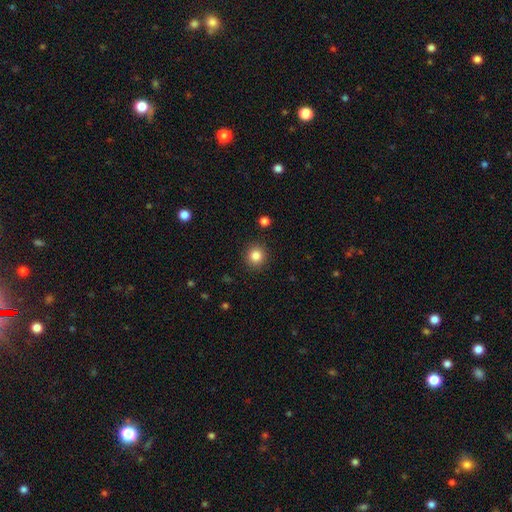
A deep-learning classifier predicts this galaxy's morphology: type=smooth (84%); roundness=round (91%); merging=none (90%).